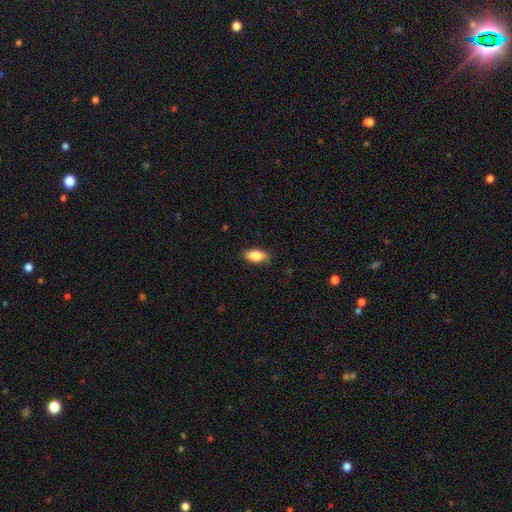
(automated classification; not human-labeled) Smooth or featured? smooth (85%)
How rounded? in between (88%)
Merging? none (80%)